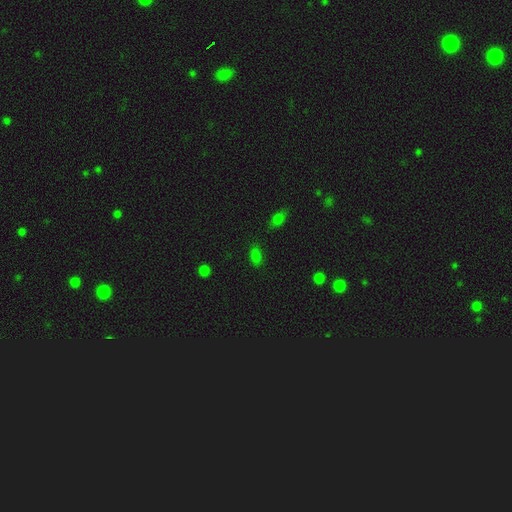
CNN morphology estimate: This appears to be a smooth galaxy with no disk features (76%) that is in between round and cigar-shaped (88%). Merging: none (78%).